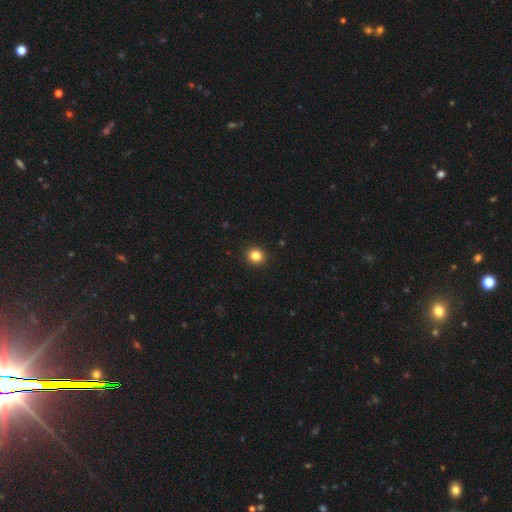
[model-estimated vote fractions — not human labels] Smooth or featured?
  - smooth: 84% *
  - star or artifact: 11%
  - featured or disk: 5%
How rounded?
  - round: 85% *
  - in between: 14%
  - cigar-shaped: 1%
Merging?
  - none: 93% *
  - minor disturbance: 5%
  - major disturbance: 2%
  - merger: 1%